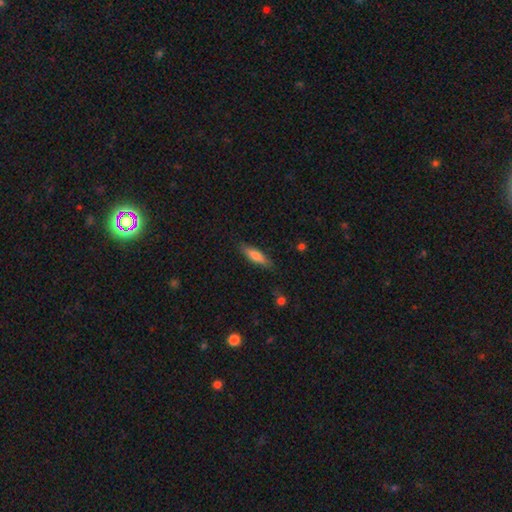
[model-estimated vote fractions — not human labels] Overall: smooth (71%). How rounded: cigar-shaped (66%; in between 32%). Merging: none (83%).